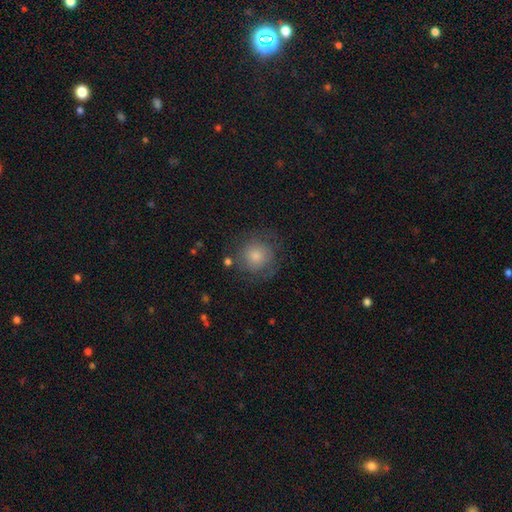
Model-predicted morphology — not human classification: This is likely a smooth galaxy (61%). How rounded: clearly round (92%). Merging: likely none (77%).